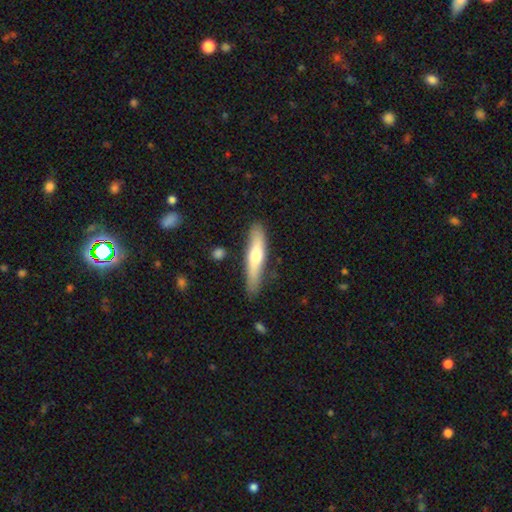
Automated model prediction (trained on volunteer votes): Smooth or featured: smooth — 54% (featured or disk — 40%)
How rounded: cigar-shaped — 85% (in between — 13%)
Merging: none — 81% (minor disturbance — 14%)